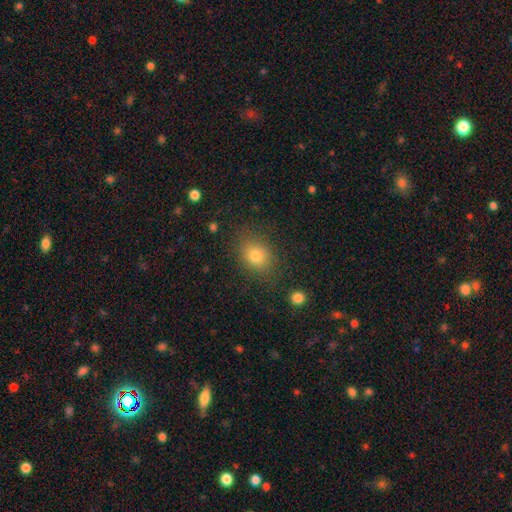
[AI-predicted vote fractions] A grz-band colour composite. It shows a smooth galaxy with no disk features (76%) that is in between round and cigar-shaped (50%). Merging: none (81%).